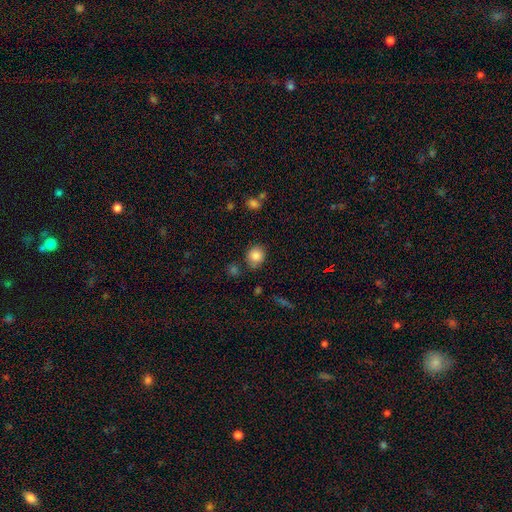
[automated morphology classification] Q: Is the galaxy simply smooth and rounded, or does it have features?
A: smooth — 86%.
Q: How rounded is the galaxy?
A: round — 78%.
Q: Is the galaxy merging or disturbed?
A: none — 76%.